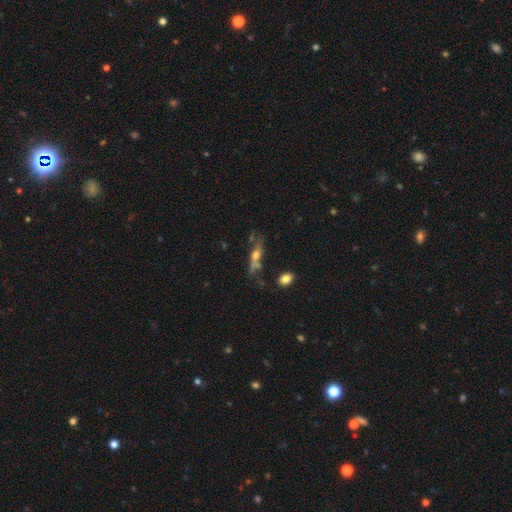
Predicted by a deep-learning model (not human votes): This appears to be a featured or disk galaxy (57%) viewed edge-on (76%). Merging: none (54%).